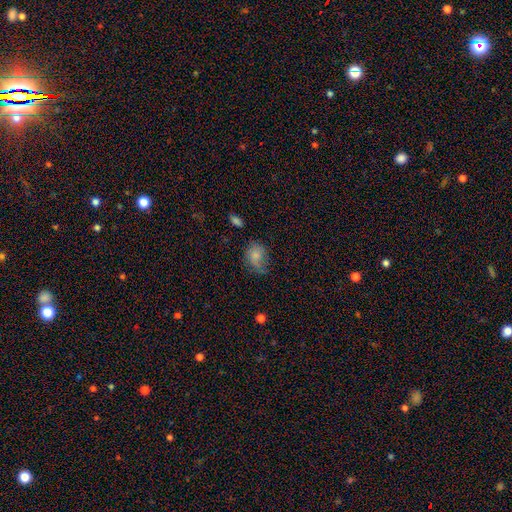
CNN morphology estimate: This is likely a smooth galaxy (65%). How rounded: likely in between (62%). Merging: marginally none (39%).